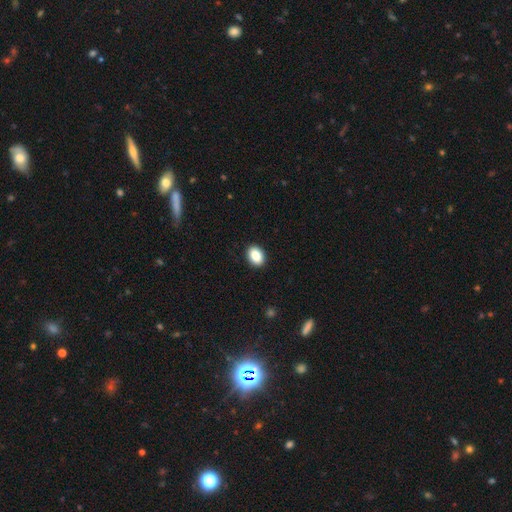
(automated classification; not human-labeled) Smooth or featured?
  - smooth: 87% *
  - star or artifact: 8%
  - featured or disk: 5%
How rounded?
  - in between: 77% *
  - round: 22%
  - cigar-shaped: 1%
Merging?
  - none: 91% *
  - minor disturbance: 6%
  - major disturbance: 2%
  - merger: 1%